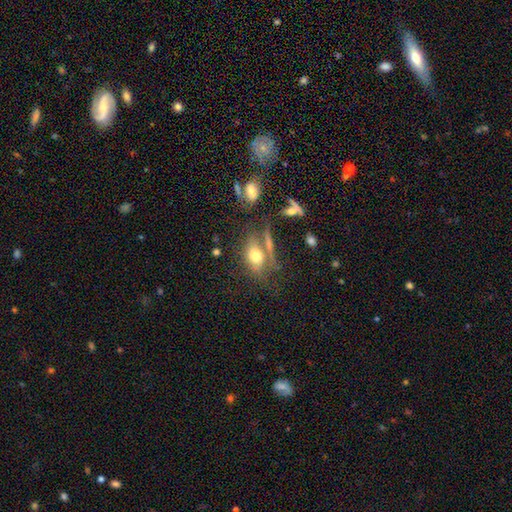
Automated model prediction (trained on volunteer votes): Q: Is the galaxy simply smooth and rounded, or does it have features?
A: smooth — 67%.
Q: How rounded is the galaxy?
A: in between — 72%.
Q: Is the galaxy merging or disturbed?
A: none — 50%.